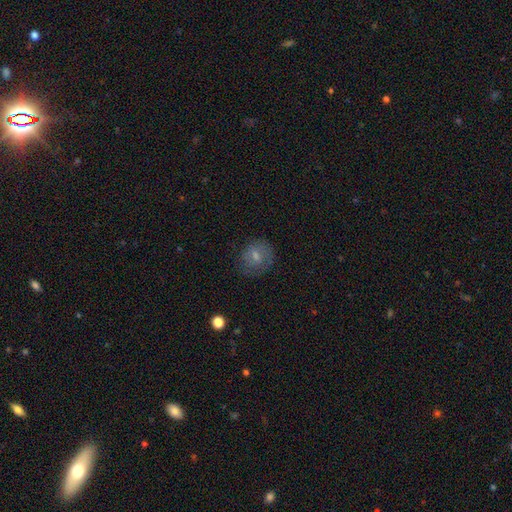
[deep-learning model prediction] This is likely a smooth galaxy (66%). How rounded: likely round (76%). Merging: likely none (68%).